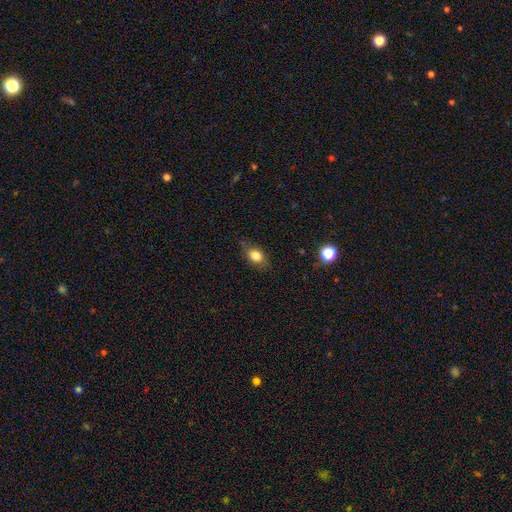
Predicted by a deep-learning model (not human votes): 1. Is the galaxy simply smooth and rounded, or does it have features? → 80% smooth, 10% featured or disk, 10% star or artifact.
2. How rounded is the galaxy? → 69% in between, 28% round, 2% cigar-shaped.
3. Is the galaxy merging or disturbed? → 74% none, 20% minor disturbance, 5% major disturbance, 1% merger.